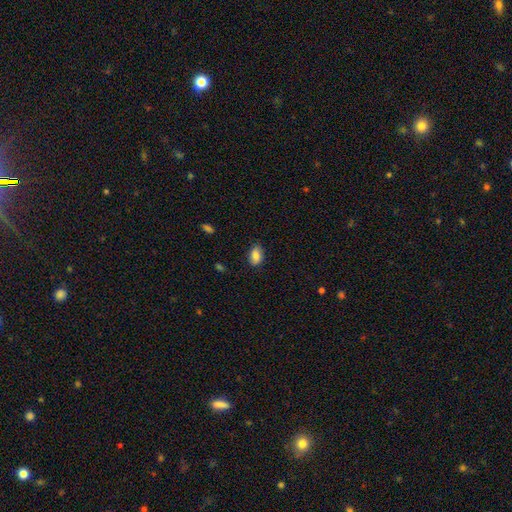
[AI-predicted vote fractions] Smooth or featured? Predicted: smooth (p=0.81). How rounded? Predicted: in between (p=0.88). Merging? Predicted: none (p=0.82).